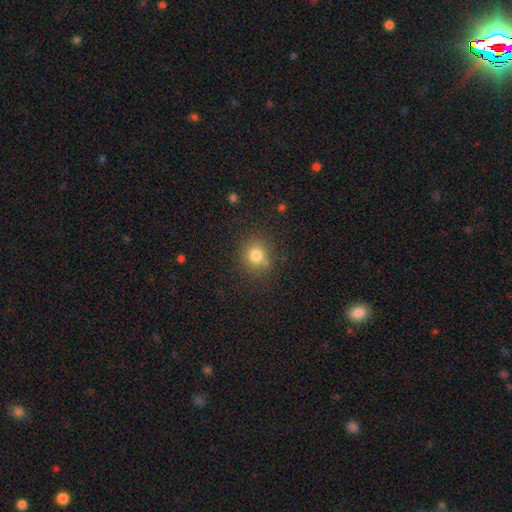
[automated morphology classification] type=smooth (79%); roundness=round (81%); merging=none (76%).